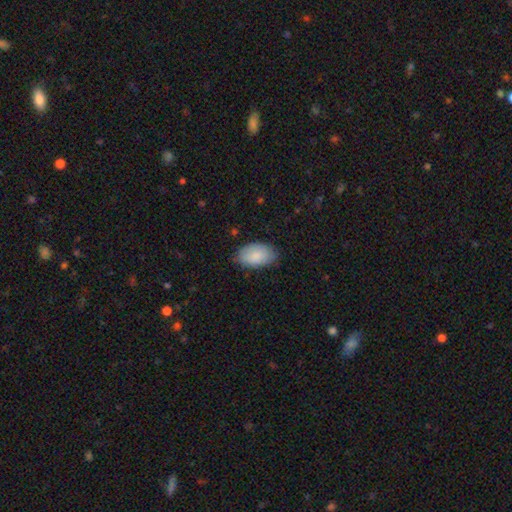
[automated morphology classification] Q: Smooth or featured?
A: smooth (86%); runner-up: featured or disk (8%)
Q: How rounded?
A: in between (94%); runner-up: round (5%)
Q: Merging?
A: none (79%); runner-up: minor disturbance (17%)